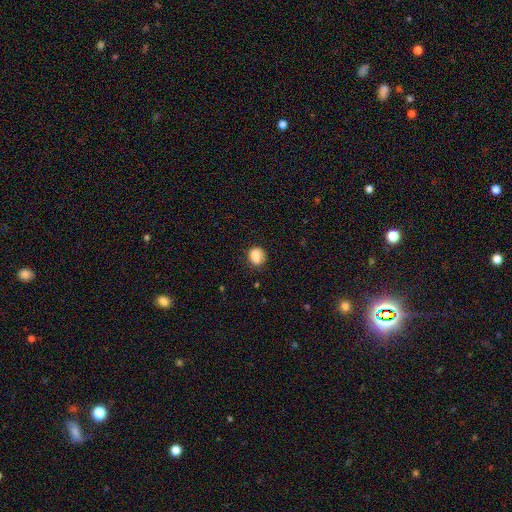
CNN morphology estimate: This is clearly a smooth galaxy (81%). How rounded: likely round (68%). Merging: likely none (64%).